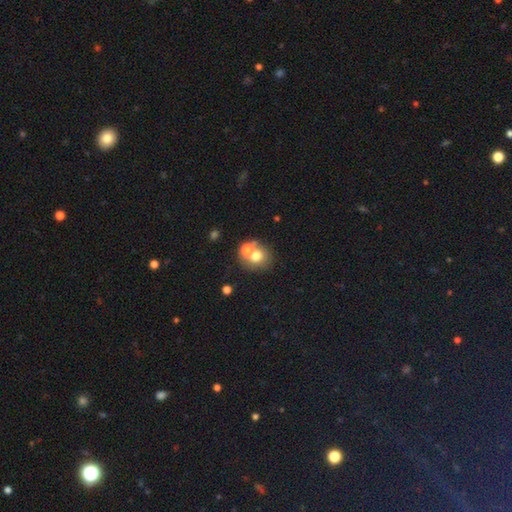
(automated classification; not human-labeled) The model was most divided on "merging": none: 48%, merger: 40%, minor disturbance: 8%, major disturbance: 4%. More confident: how rounded — round (78%); smooth or featured — smooth (68%).